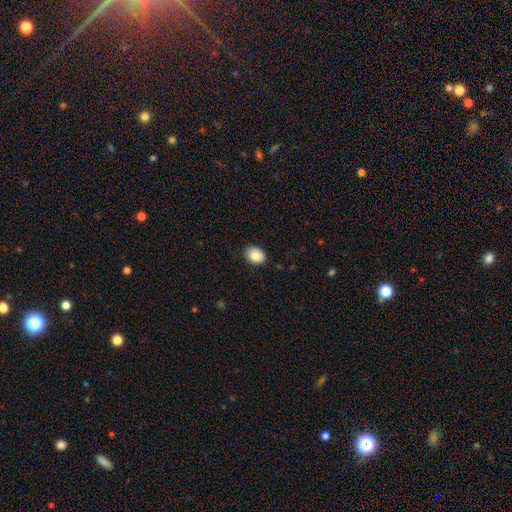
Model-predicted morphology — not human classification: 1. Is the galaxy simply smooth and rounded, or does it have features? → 87% smooth, 8% star or artifact, 6% featured or disk.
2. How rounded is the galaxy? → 70% in between, 29% round, 1% cigar-shaped.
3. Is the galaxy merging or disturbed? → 86% none, 11% minor disturbance, 2% major disturbance, 1% merger.